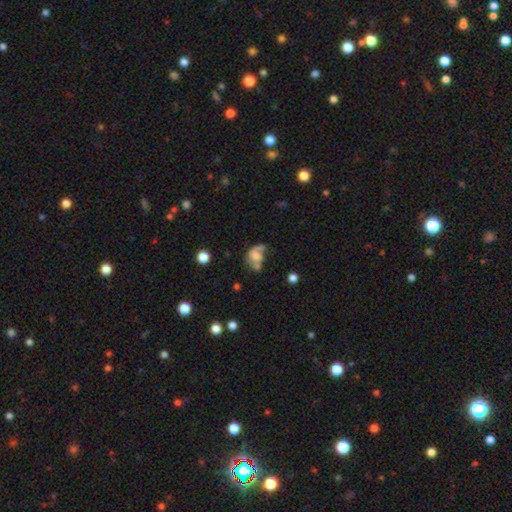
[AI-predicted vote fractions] Overall: smooth (45%; featured or disk 43%). Merging: major disturbance (32%; merger 25%).